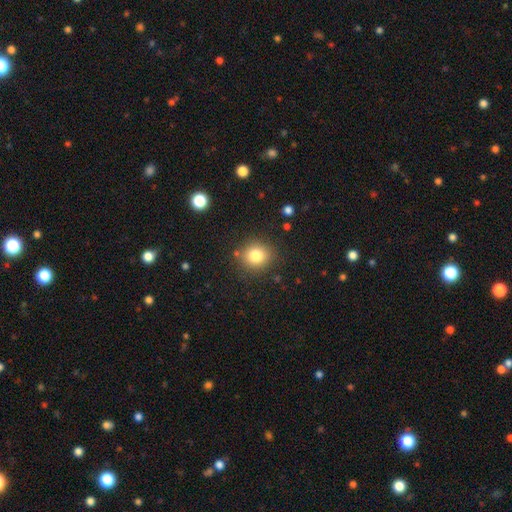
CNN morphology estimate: smooth-or-featured: smooth: 80% | star or artifact: 12% | featured or disk: 8%
  how-rounded: round: 83% | in between: 16% | cigar-shaped: 1%
  merging: none: 85% | minor disturbance: 9% | major disturbance: 3% | merger: 3%